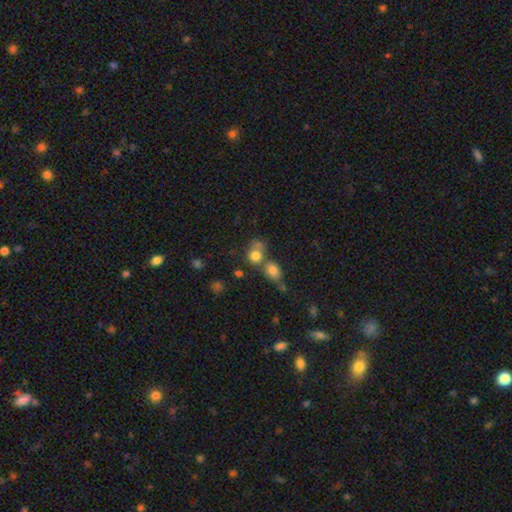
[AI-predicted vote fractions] This is likely a smooth galaxy (78%). How rounded: likely round (71%). Merging: marginally merger (45%).